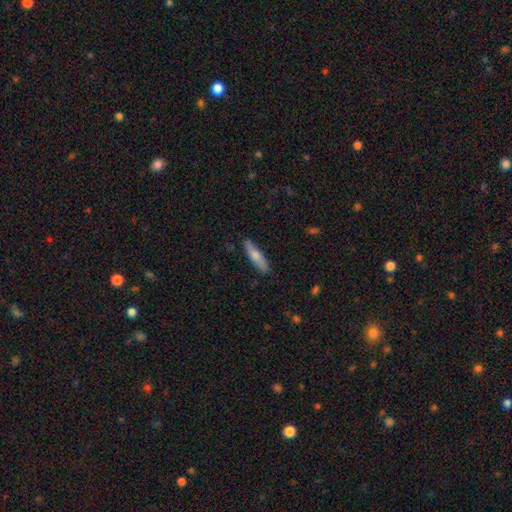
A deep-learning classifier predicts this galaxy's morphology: Smooth or featured? Predicted: smooth (p=0.67). How rounded? Predicted: cigar-shaped (p=0.77). Merging? Predicted: none (p=0.84).